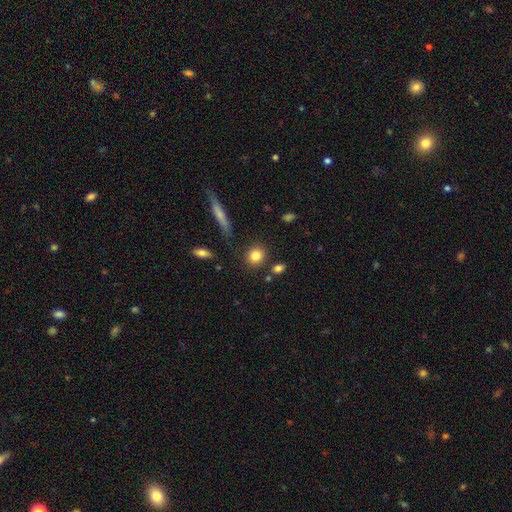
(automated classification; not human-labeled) This is clearly a smooth galaxy (82%). How rounded: likely round (78%). Merging: clearly none (83%).